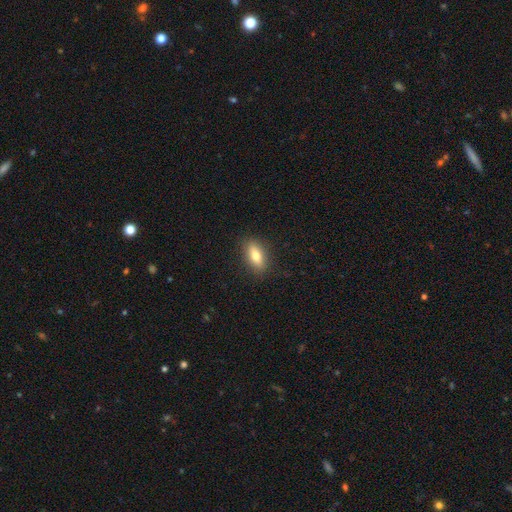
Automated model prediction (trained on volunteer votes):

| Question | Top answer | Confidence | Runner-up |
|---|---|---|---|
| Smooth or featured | smooth | 73% | featured or disk (20%) |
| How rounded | in between | 79% | cigar-shaped (15%) |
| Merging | none | 87% | minor disturbance (10%) |